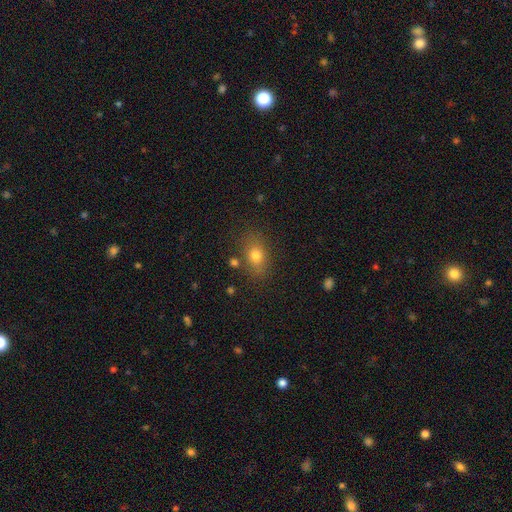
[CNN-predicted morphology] Q: Smooth or featured?
A: smooth (75%); runner-up: featured or disk (13%)
Q: How rounded?
A: in between (71%); runner-up: round (26%)
Q: Merging?
A: none (78%); runner-up: minor disturbance (13%)